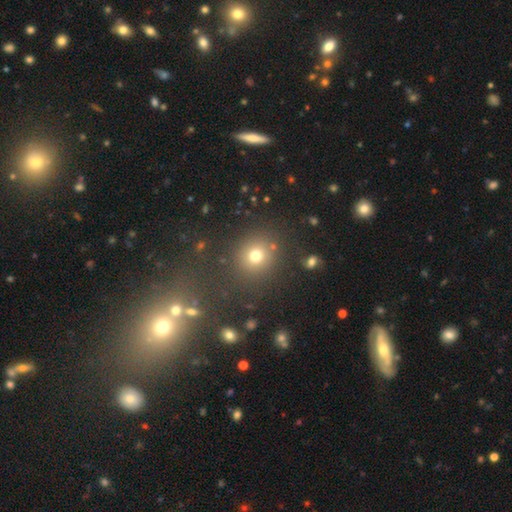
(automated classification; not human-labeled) The model was most divided on "smooth or featured": smooth: 73%, star or artifact: 19%, featured or disk: 8%. More confident: how rounded — round (85%); merging — none (79%).